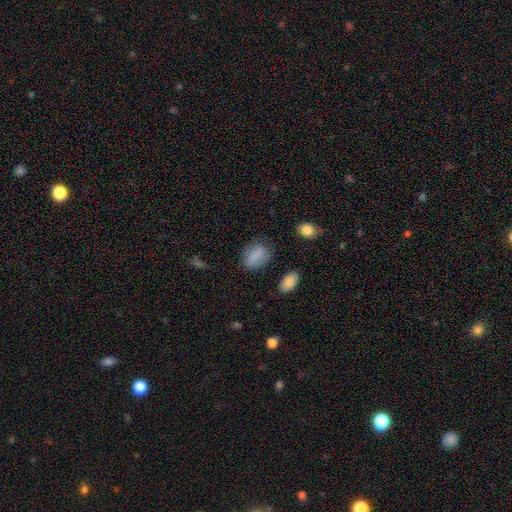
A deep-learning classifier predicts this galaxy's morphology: smooth_or_featured: smooth (p=0.82) [alt: featured or disk p=0.09]
how_rounded: in between (p=0.73) [alt: round p=0.24]
merging: none (p=0.76) [alt: minor disturbance p=0.16]